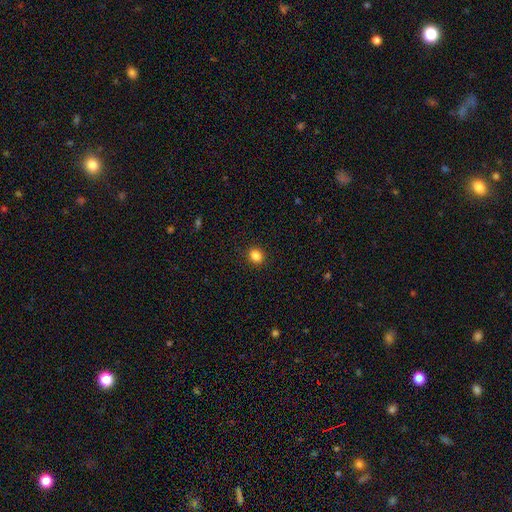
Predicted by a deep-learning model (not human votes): Smooth or featured: smooth — 85% (star or artifact — 11%)
How rounded: round — 67% (in between — 32%)
Merging: none — 91% (minor disturbance — 6%)